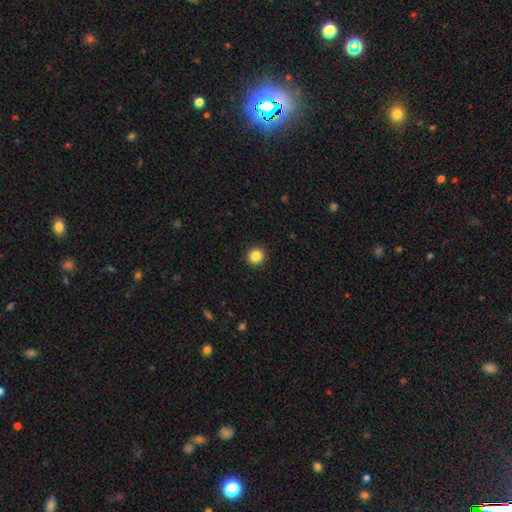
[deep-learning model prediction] Smooth or featured? smooth (86%)
How rounded? round (94%)
Merging? none (93%)